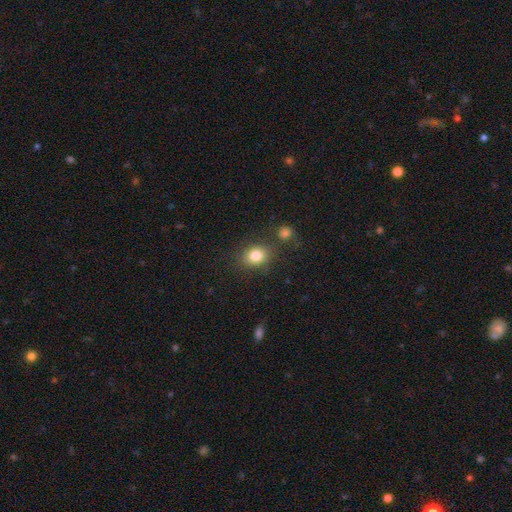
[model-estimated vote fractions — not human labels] This is clearly a smooth galaxy (82%). How rounded: possibly round (53%). Merging: likely none (75%).